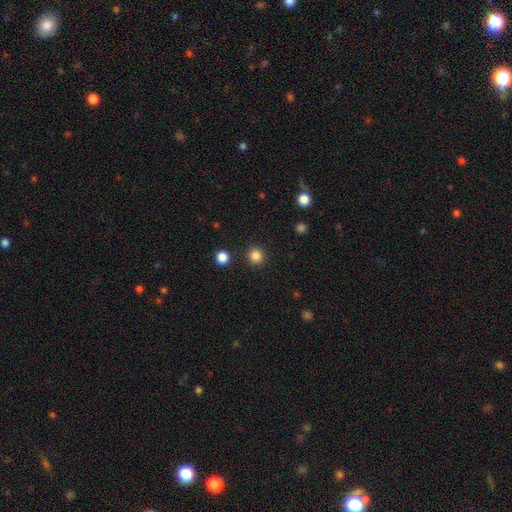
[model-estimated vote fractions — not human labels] Smooth or featured? Predicted: smooth (p=0.85). How rounded? Predicted: round (p=0.95). Merging? Predicted: none (p=0.92).